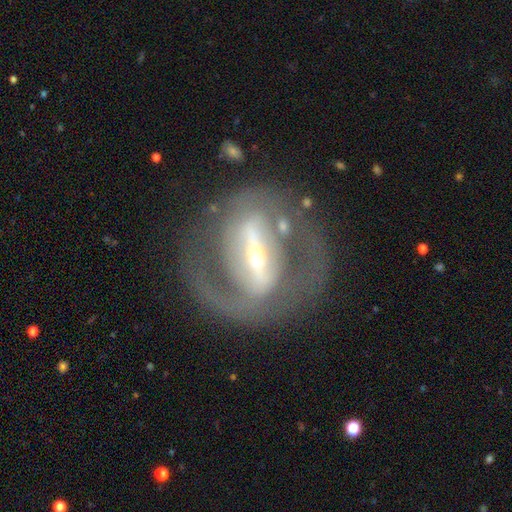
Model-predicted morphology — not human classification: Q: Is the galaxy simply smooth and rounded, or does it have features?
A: featured or disk — 84%.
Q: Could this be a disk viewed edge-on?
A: no — 90%.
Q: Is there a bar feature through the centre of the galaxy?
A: strong — 73%.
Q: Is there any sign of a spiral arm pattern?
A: yes — 67%.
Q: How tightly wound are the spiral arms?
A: medium — 44%.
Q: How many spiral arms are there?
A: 2 — 73%.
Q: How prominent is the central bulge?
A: small — 66%.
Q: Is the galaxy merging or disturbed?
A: none — 66%.